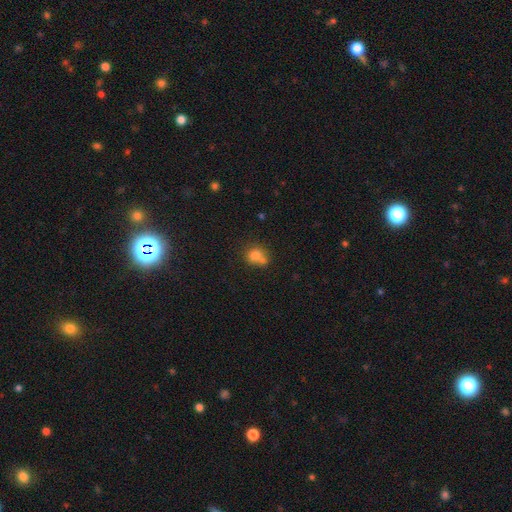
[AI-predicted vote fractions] Smooth or featured? smooth (77%)
How rounded? round (71%)
Merging? merger (42%)